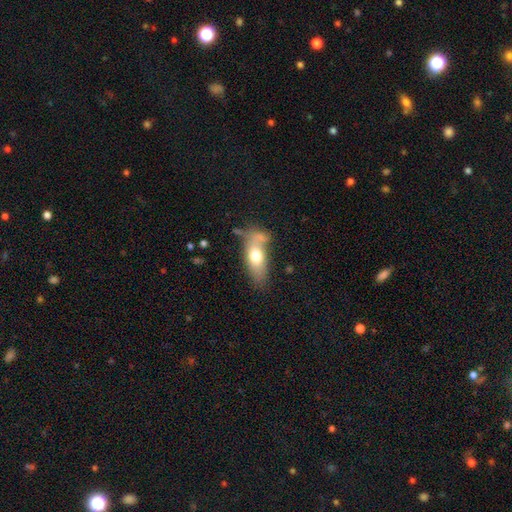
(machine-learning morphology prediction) smooth-or-featured: smooth: 63% | featured or disk: 29% | star or artifact: 7%
  how-rounded: in between: 77% | cigar-shaped: 17% | round: 6%
  merging: none: 46% | minor disturbance: 23% | merger: 19% | major disturbance: 12%